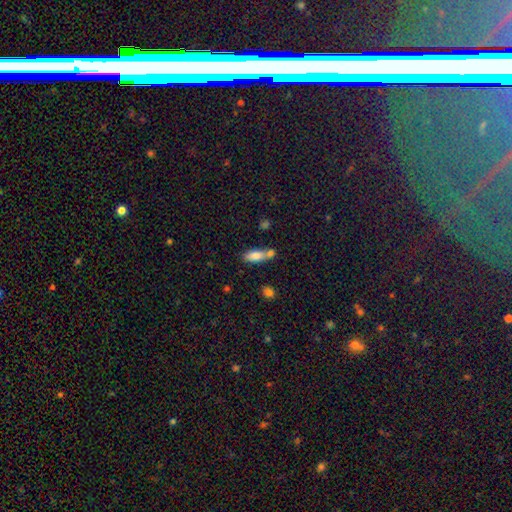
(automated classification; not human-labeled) Q: Smooth or featured?
A: smooth (80%); runner-up: featured or disk (13%)
Q: How rounded?
A: in between (70%); runner-up: cigar-shaped (27%)
Q: Merging?
A: none (45%); runner-up: merger (36%)